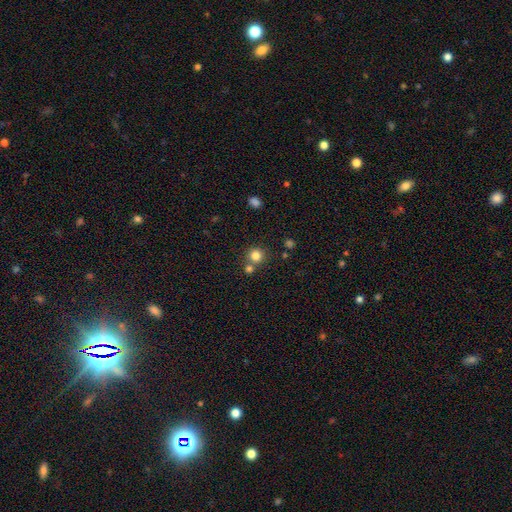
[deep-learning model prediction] Smooth or featured: smooth — 81% (star or artifact — 13%)
How rounded: round — 91% (in between — 8%)
Merging: none — 66% (merger — 24%)